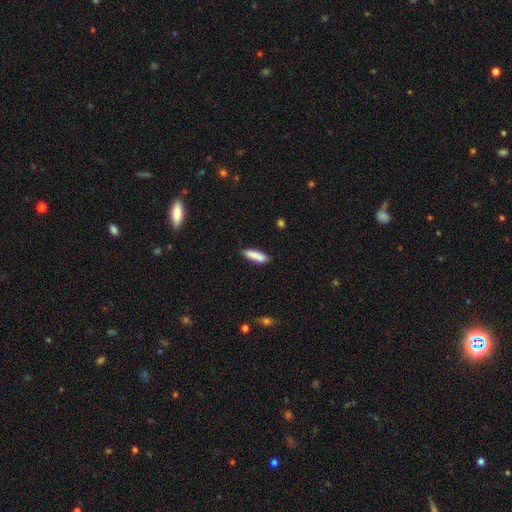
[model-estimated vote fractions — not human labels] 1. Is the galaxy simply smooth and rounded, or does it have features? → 85% smooth, 8% featured or disk, 6% star or artifact.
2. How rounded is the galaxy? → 54% cigar-shaped, 45% in between, 2% round.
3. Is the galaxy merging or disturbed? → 78% none, 15% minor disturbance, 4% merger, 3% major disturbance.